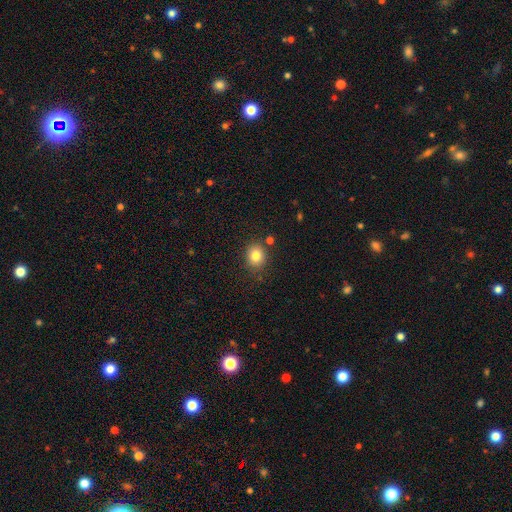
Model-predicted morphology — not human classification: smooth_or_featured: smooth (p=0.83) [alt: star or artifact p=0.10]
how_rounded: round (p=0.73) [alt: in between p=0.27]
merging: none (p=0.82) [alt: minor disturbance p=0.10]